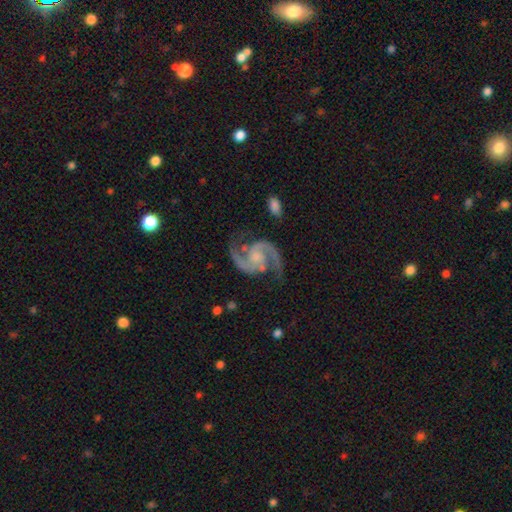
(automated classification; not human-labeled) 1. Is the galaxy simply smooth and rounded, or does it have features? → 94% featured or disk, 4% star or artifact, 3% smooth.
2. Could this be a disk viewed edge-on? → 98% no, 2% yes.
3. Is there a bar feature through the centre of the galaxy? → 55% no, 36% weak, 9% strong.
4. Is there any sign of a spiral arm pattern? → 99% yes, 1% no.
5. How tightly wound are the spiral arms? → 64% medium, 22% loose, 15% tight.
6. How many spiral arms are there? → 94% 2, 1% 3, 1% can't tell, 1% 1, 1% 4, 1% more than 4.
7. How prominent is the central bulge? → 34% small, 32% none, 27% moderate, 5% large, 1% dominant.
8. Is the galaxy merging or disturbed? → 76% none, 15% minor disturbance, 6% major disturbance, 2% merger.